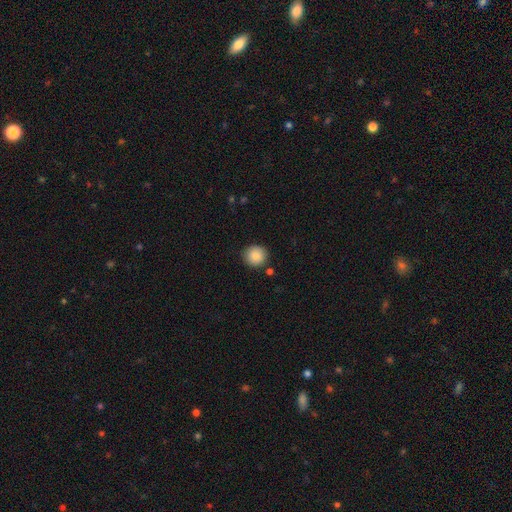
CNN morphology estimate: Overall: smooth (87%). How rounded: round (92%). Merging: none (87%).